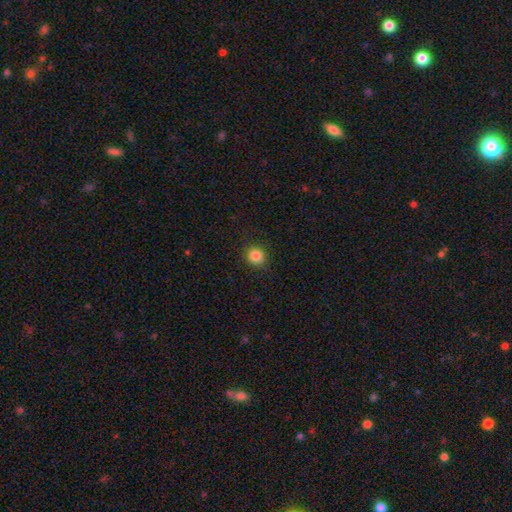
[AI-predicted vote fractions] A smooth galaxy with no disk features (85%) that is round (88%).

Vote fractions:
- Smooth or featured? smooth: 85% / star or artifact: 11% / featured or disk: 4%
- How rounded? round: 88% / in between: 11% / cigar-shaped: 1%
- Merging? none: 89% / minor disturbance: 7% / major disturbance: 2% / merger: 1%